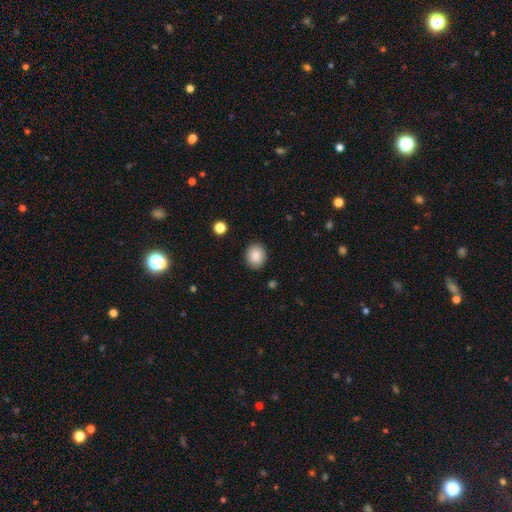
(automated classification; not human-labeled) This appears to be a smooth galaxy with no disk features (88%) that is round (56%). Merging: none (89%).